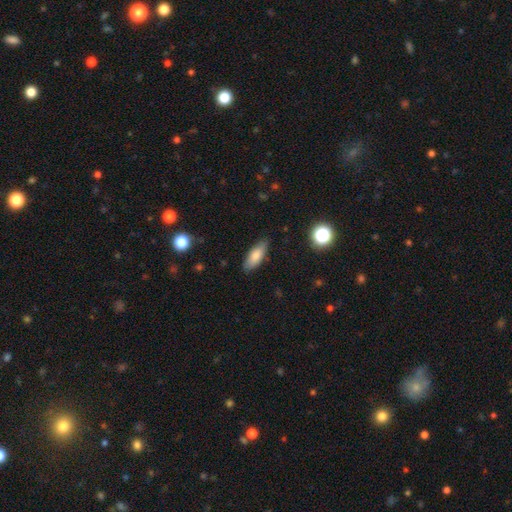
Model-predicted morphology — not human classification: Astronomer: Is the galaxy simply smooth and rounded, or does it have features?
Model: smooth — 80%.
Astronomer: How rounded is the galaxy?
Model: in between — 70%.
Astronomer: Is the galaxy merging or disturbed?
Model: none — 83%.